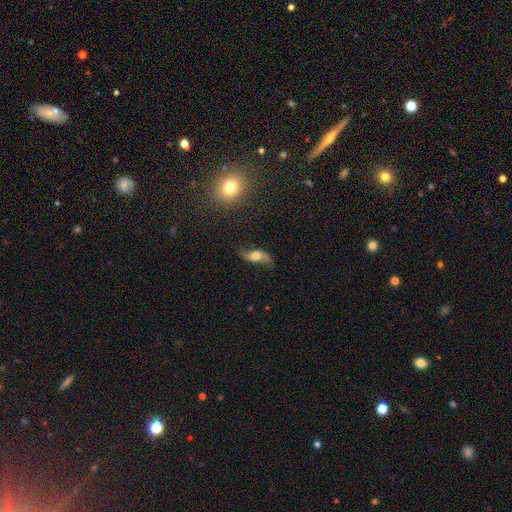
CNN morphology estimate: Smooth or featured? featured or disk (72%)
Edge-on disk? no (83%)
Bar? no (64%)
Spiral arms? yes (92%)
Spiral winding? loose (89%)
Spiral arm count? 2 (92%)
Bulge size? moderate (58%)
Merging? none (71%)